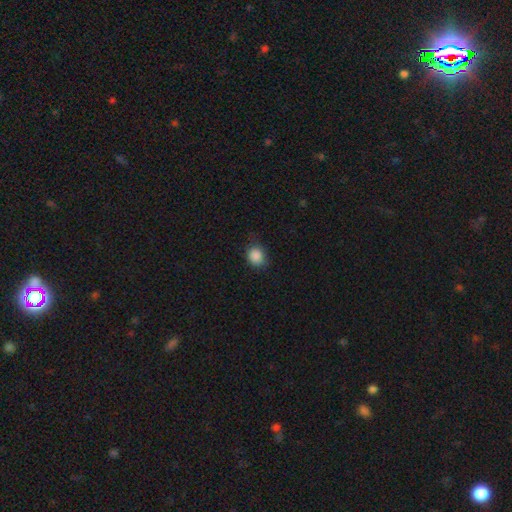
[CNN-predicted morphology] Smooth or featured? smooth (87%)
How rounded? round (68%)
Merging? none (73%)